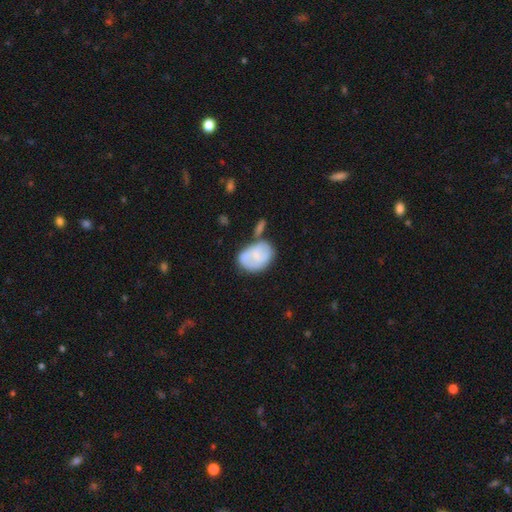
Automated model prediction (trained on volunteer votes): Smooth or featured? smooth (59%)
How rounded? in between (77%)
Merging? none (41%)